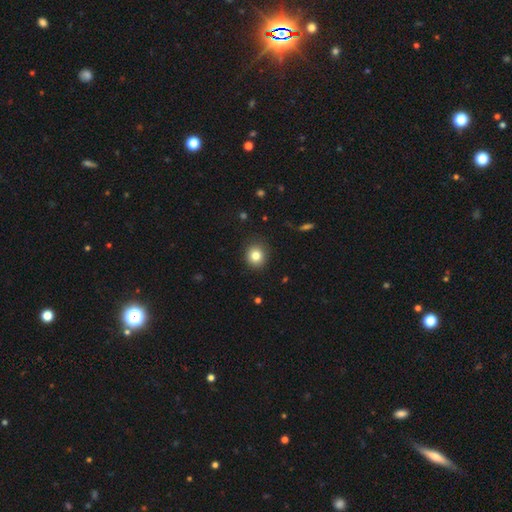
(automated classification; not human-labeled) Morphology: type=smooth (82%); roundness=round (85%); merging=none (89%).